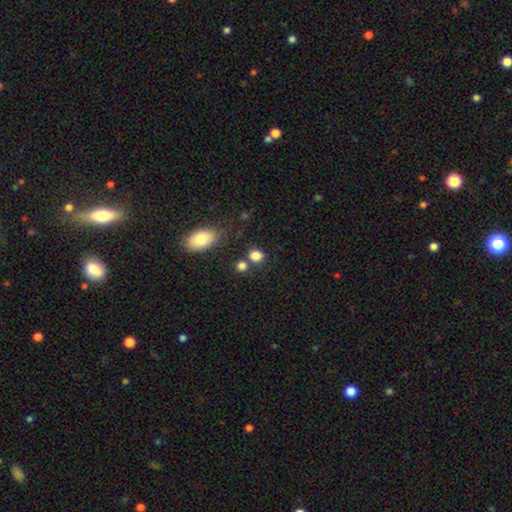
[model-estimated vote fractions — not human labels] This appears to be a smooth galaxy with no disk features (83%) that is round (65%). Merging: none (68%).